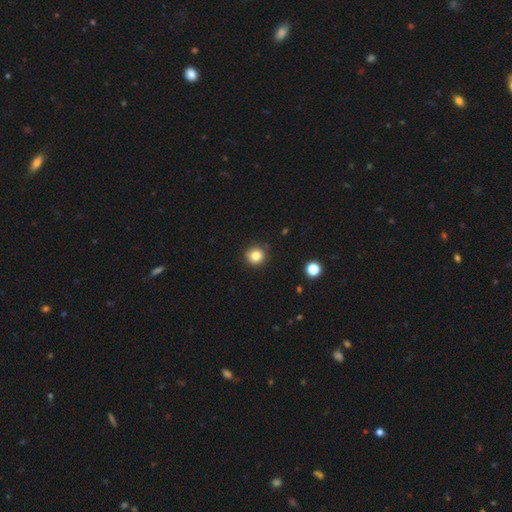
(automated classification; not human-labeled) Smooth or featured? Predicted: smooth (p=0.83). How rounded? Predicted: round (p=0.93). Merging? Predicted: none (p=0.89).